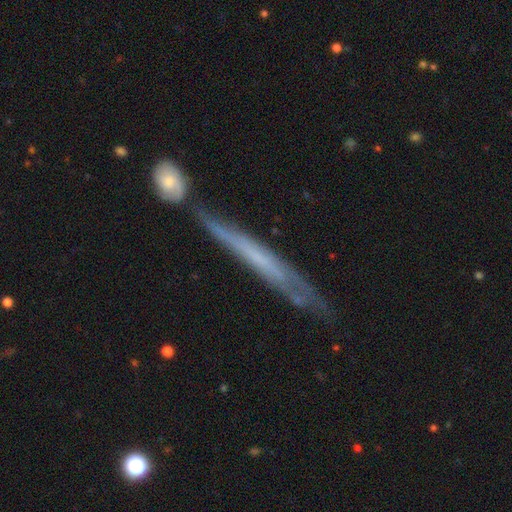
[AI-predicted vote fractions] A featured or disk galaxy (64%) viewed edge-on (83%) with no central bulge (83%).

Vote fractions:
- Smooth or featured? featured or disk: 64% / smooth: 28% / star or artifact: 8%
- Edge-on disk? yes: 83% / no: 17%
- Edge-on bulge? none: 83% / rounded: 11% / boxy: 7%
- Merging? none: 64% / minor disturbance: 18% / merger: 13% / major disturbance: 6%